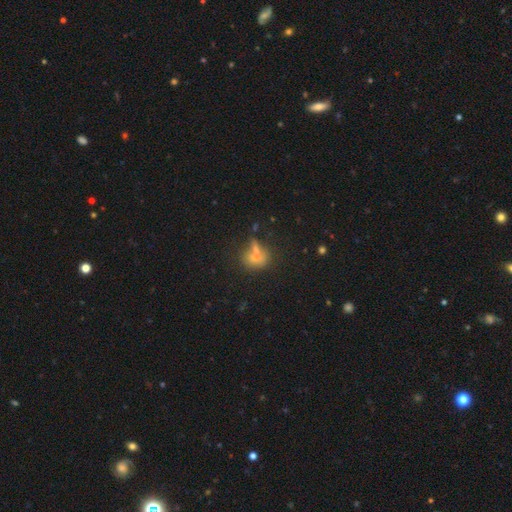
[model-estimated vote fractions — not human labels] Morphology: type=smooth (64%); roundness=in between (58%); merging=merger (36%, tied with none).